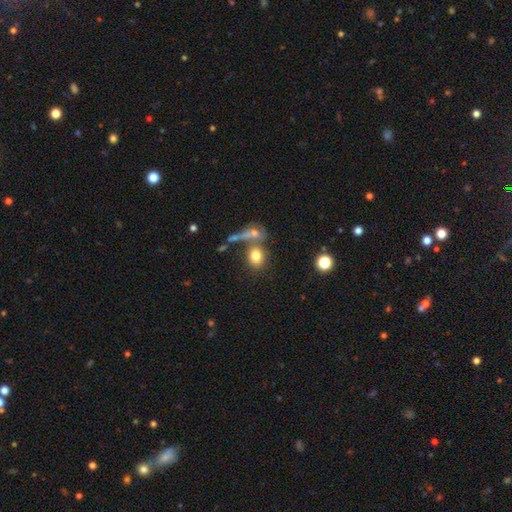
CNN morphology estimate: Smooth or featured: smooth — 77% (featured or disk — 12%)
How rounded: round — 56% (in between — 41%)
Merging: none — 52% (merger — 30%)